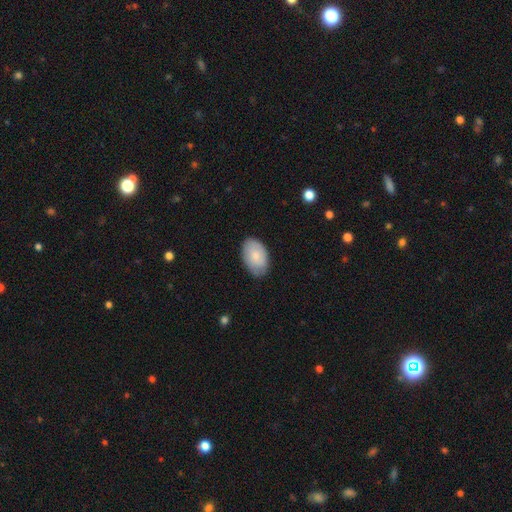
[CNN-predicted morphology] smooth-or-featured: smooth: 79% | featured or disk: 16% | star or artifact: 6%
  how-rounded: in between: 92% | round: 7% | cigar-shaped: 1%
  merging: none: 81% | minor disturbance: 15% | major disturbance: 2% | merger: 1%